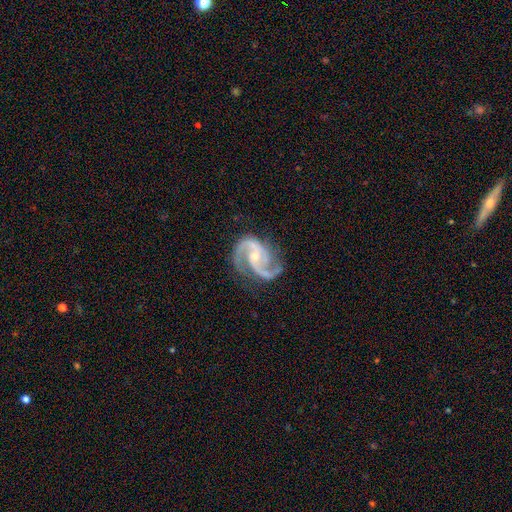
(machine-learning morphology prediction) A featured or disk galaxy (93%) with no bar (50%), 2 (86%) medium (63%) spiral arms (99%) and a small central bulge (59%). Merging: none (72%).